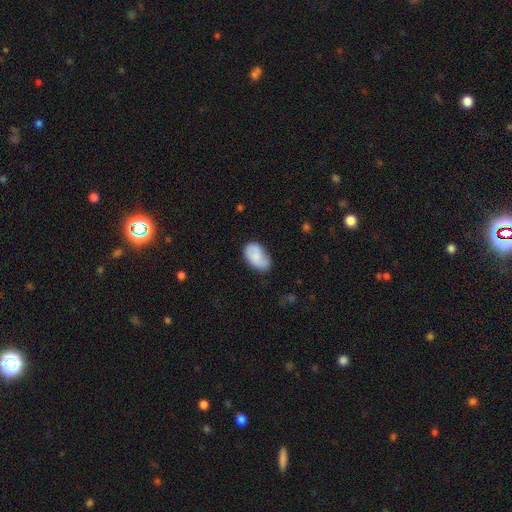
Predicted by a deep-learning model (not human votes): This is likely a smooth galaxy (75%). How rounded: clearly in between (93%). Merging: likely none (61%).